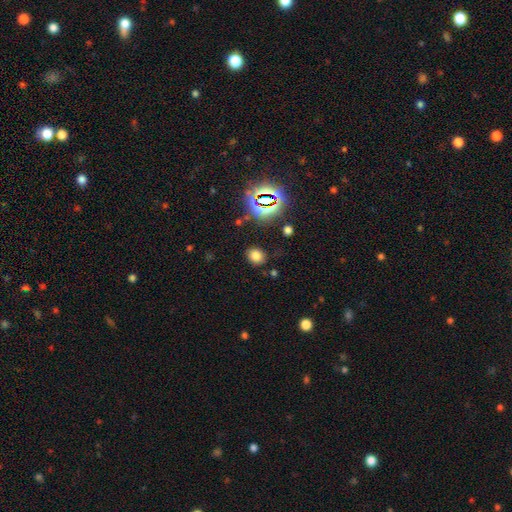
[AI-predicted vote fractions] This appears to be a smooth galaxy with no disk features (71%) that is round (62%). Merging: none (84%).